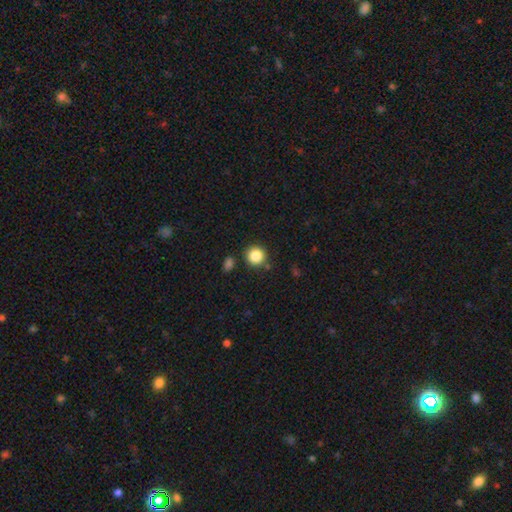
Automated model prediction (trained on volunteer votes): Smooth or featured? smooth (86%)
How rounded? round (93%)
Merging? none (85%)